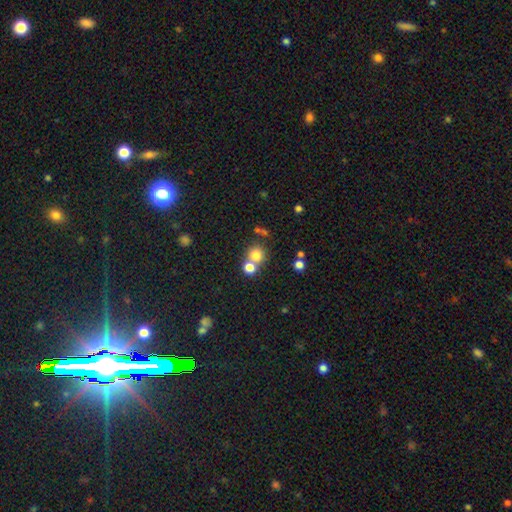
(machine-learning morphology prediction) Smooth or featured?
  - smooth: 76% *
  - star or artifact: 14%
  - featured or disk: 10%
How rounded?
  - round: 86% *
  - in between: 13%
  - cigar-shaped: 1%
Merging?
  - none: 51% *
  - merger: 39%
  - minor disturbance: 7%
  - major disturbance: 3%